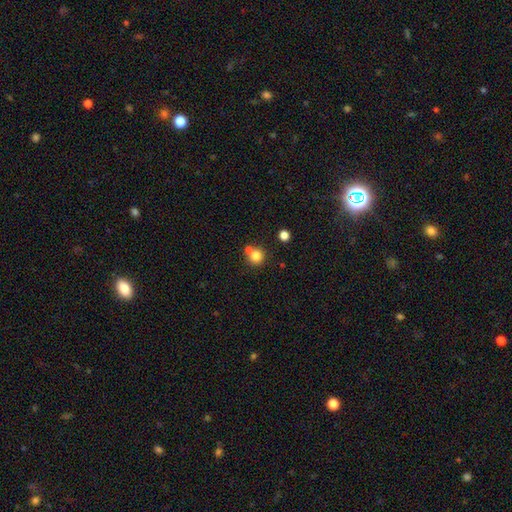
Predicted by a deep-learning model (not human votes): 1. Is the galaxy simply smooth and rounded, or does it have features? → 80% smooth, 12% star or artifact, 8% featured or disk.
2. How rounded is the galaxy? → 91% round, 8% in between, 1% cigar-shaped.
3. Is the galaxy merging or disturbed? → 61% none, 28% merger, 8% minor disturbance, 3% major disturbance.